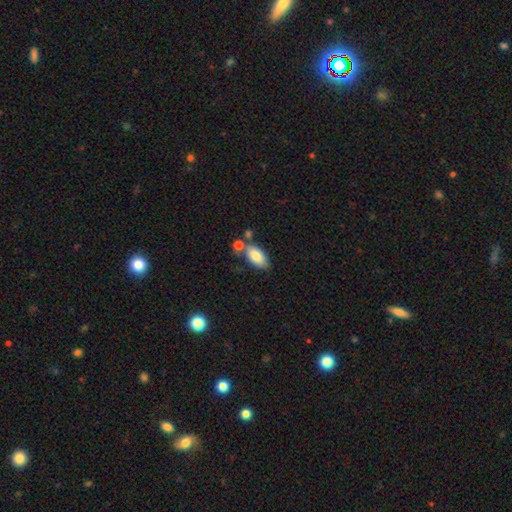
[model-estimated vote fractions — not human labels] Smooth or featured? Predicted: smooth (p=0.82). How rounded? Predicted: in between (p=0.91). Merging? Predicted: none (p=0.60).